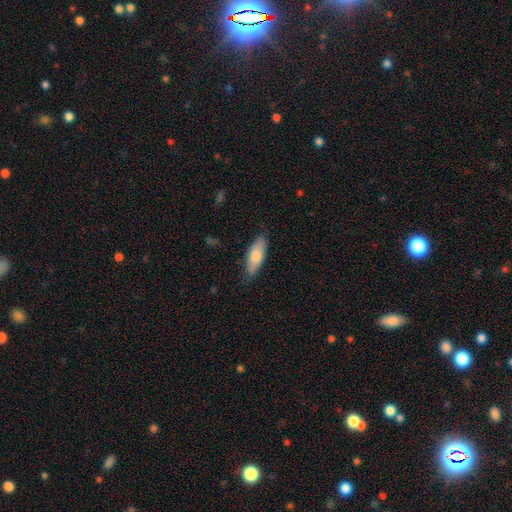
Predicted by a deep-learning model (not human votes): Smooth or featured? smooth (72%)
How rounded? in between (60%)
Merging? none (84%)